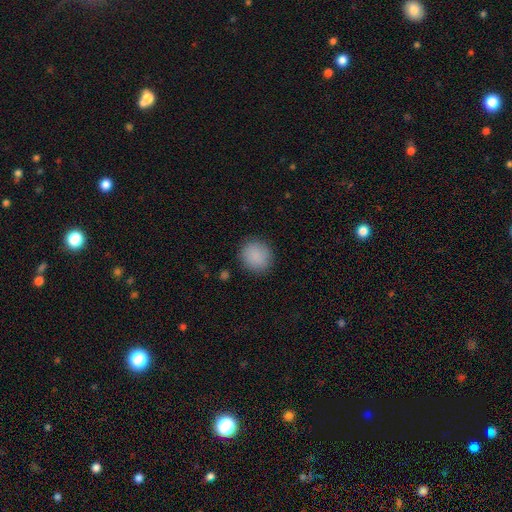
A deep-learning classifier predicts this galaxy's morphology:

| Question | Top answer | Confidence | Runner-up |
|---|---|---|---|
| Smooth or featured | smooth | 88% | star or artifact (8%) |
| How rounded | round | 86% | in between (13%) |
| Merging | none | 88% | minor disturbance (8%) |